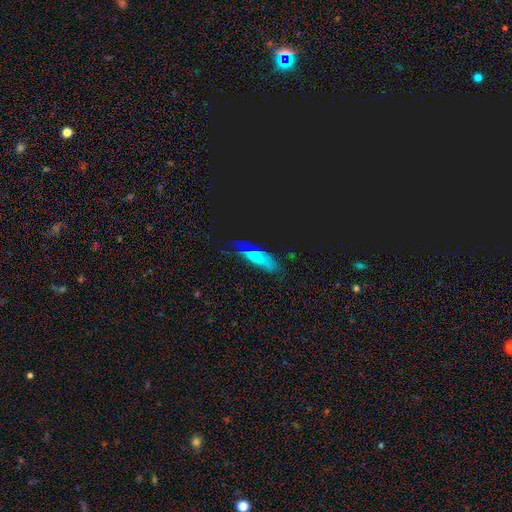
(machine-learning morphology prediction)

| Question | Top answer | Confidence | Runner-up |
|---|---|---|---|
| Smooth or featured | smooth | 52% | star or artifact (27%) |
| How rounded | in between | 62% | cigar-shaped (31%) |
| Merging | none | 59% | minor disturbance (26%) |